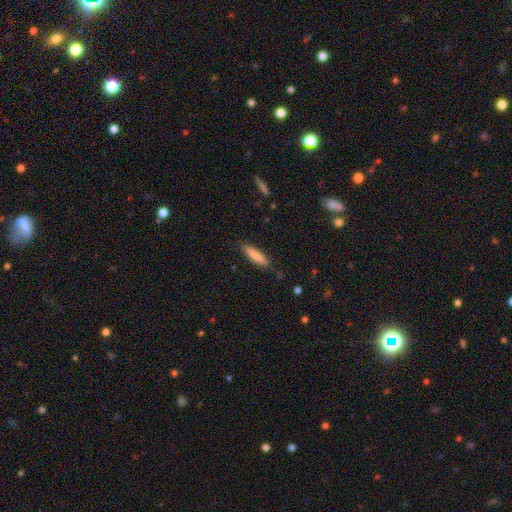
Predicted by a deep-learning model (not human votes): This appears to be a smooth galaxy with no disk features (84%) that is cigar-shaped (74%). Merging: none (85%).